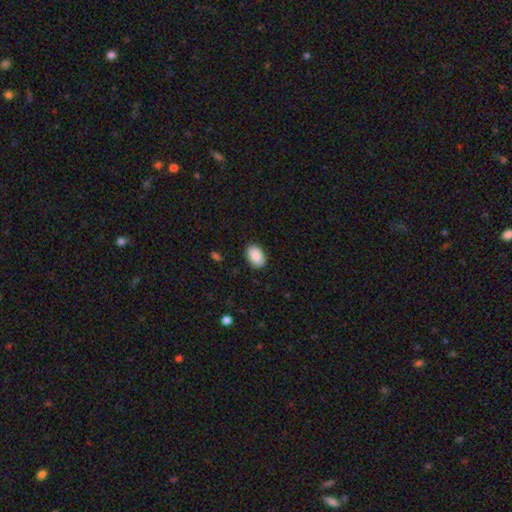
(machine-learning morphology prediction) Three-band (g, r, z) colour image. It shows a smooth galaxy with no disk features (90%) that is in between round and cigar-shaped (90%). Merging: none (89%).